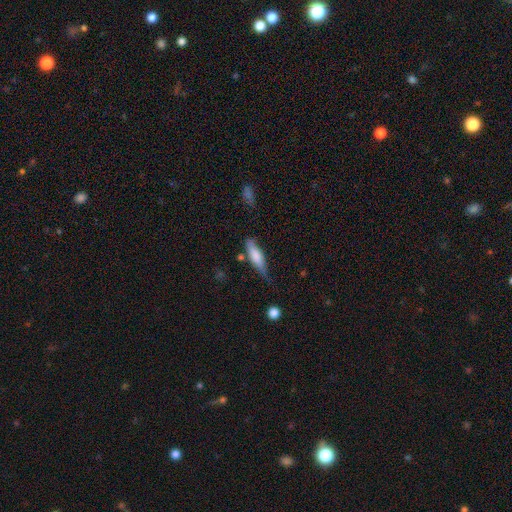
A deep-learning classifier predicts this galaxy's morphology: This appears to be a smooth galaxy with no disk features (67%) that is cigar-shaped (60%). Merging: none (54%).